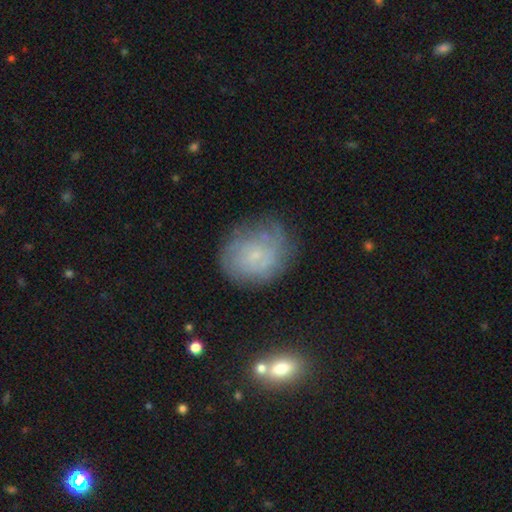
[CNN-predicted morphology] This appears to be a featured or disk galaxy (55%) with no bar (77%), spiral arms (79%) and a small central bulge (79%). Merging: none (65%).